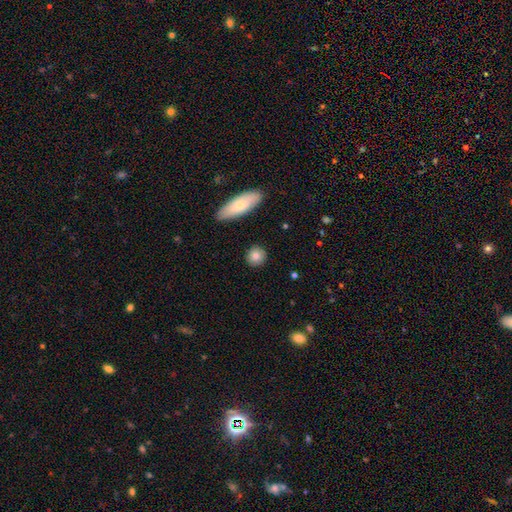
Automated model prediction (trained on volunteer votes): Smooth or featured? Predicted: smooth (p=0.81). How rounded? Predicted: round (p=0.86). Merging? Predicted: none (p=0.89).